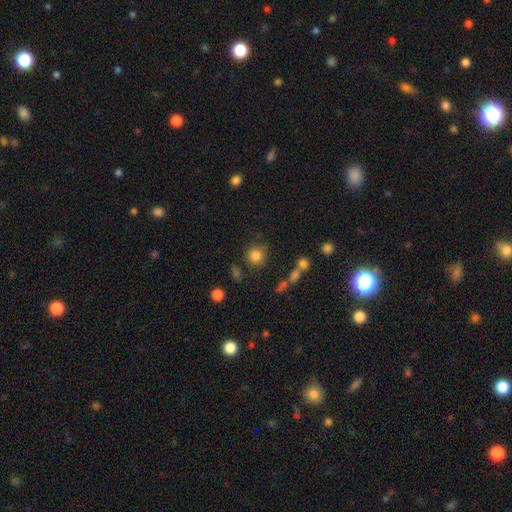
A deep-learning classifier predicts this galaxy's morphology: This is clearly a smooth galaxy (82%). How rounded: clearly round (90%). Merging: likely none (76%).